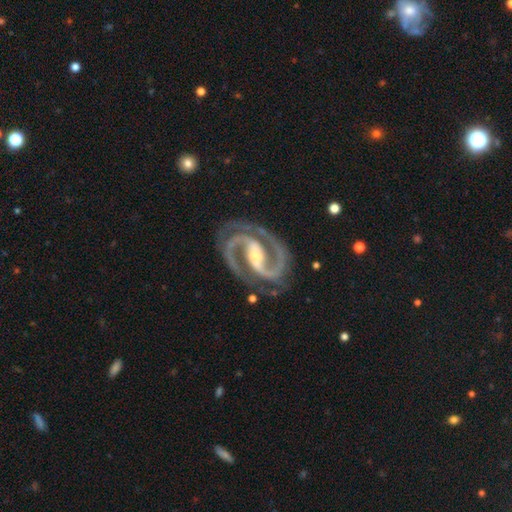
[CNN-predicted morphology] The model was most divided on "bulge size": moderate: 48%, small: 46%, large: 4%, none: 2%, dominant: 1%. More confident: spiral arms — yes (99%); edge-on disk — no (98%); smooth or featured — featured or disk (95%); spiral arm count — 2 (94%); merging — none (82%); spiral winding — medium (59%); bar — strong (59%).